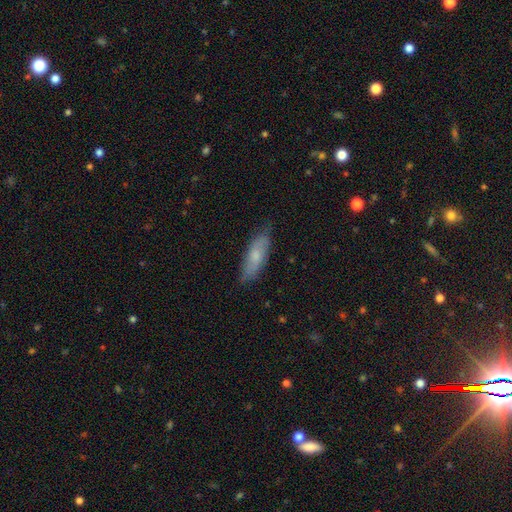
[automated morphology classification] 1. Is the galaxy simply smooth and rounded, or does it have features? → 64% smooth, 30% featured or disk, 6% star or artifact.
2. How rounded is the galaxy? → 60% in between, 38% cigar-shaped, 2% round.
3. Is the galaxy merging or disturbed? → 76% none, 20% minor disturbance, 3% major disturbance, 1% merger.